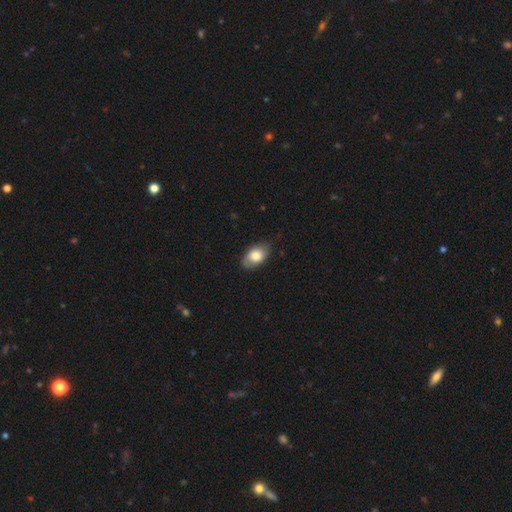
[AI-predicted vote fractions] Morphology: type=smooth (75%); roundness=in between (90%); merging=none (75%).